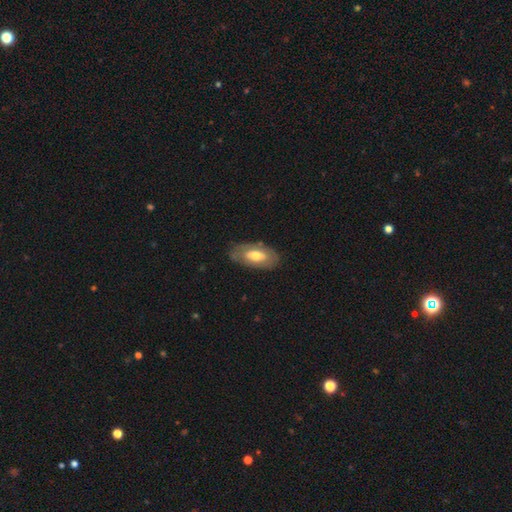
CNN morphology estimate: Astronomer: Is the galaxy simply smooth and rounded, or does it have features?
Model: smooth — 53% (runner-up: featured or disk, 42%).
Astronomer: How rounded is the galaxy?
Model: in between — 90%.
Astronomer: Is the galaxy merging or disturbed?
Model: none — 77%.